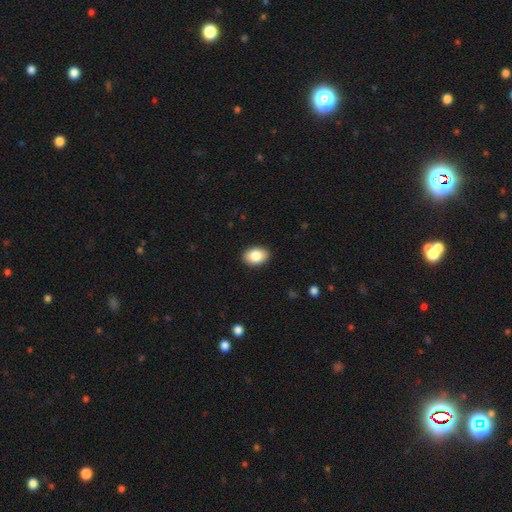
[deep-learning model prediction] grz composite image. It shows a smooth galaxy with no disk features (85%) that is in between round and cigar-shaped (83%). Merging: none (90%).